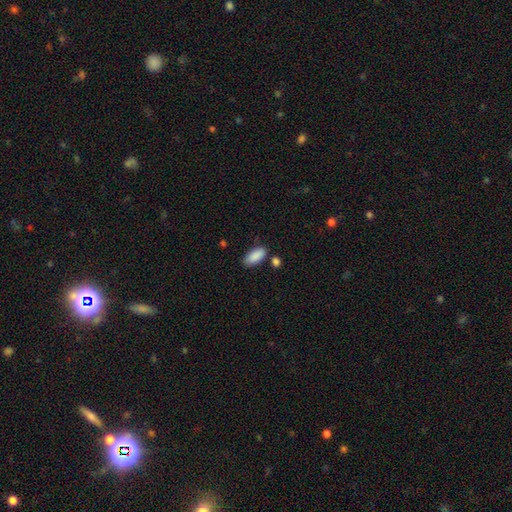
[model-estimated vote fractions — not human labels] The model was most divided on "merging": none: 76%, minor disturbance: 14%, merger: 7%, major disturbance: 3%. More confident: how rounded — in between (91%); smooth or featured — smooth (90%).